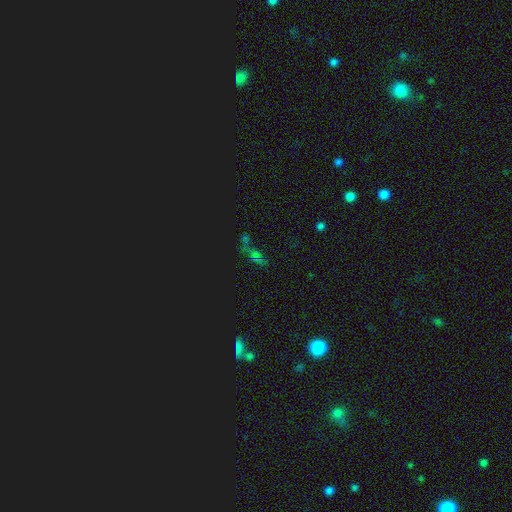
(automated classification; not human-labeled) A star or artifact, not a galaxy (59%).

Vote fractions:
- Smooth or featured? star or artifact: 59% / smooth: 26% / featured or disk: 15%